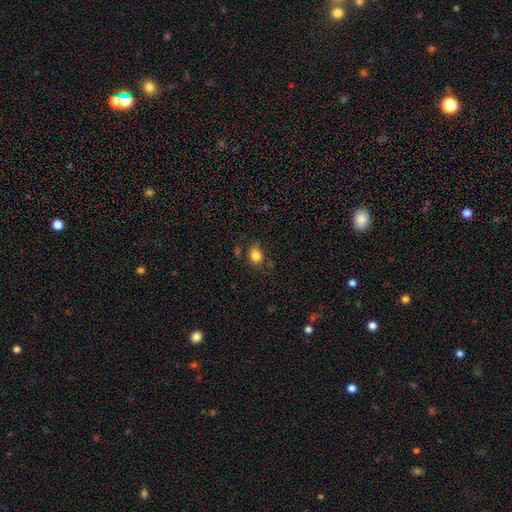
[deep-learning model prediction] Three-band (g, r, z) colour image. It shows a smooth galaxy with no disk features (83%) that is round (50%). Merging: none (68%).